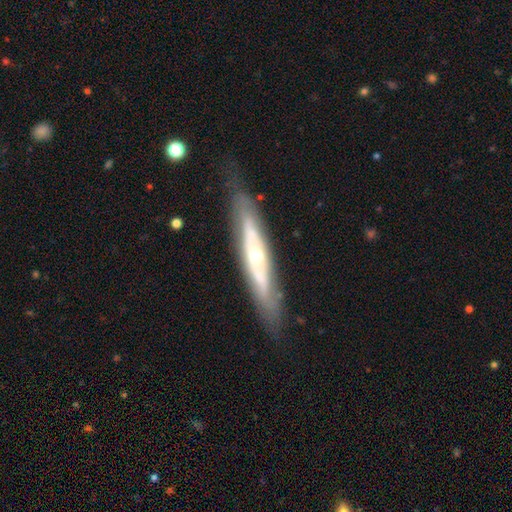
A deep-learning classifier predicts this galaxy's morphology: Smooth or featured: featured or disk — 70% (smooth — 24%)
Edge-on disk: yes — 56% (no — 44%)
Merging: none — 78% (minor disturbance — 16%)